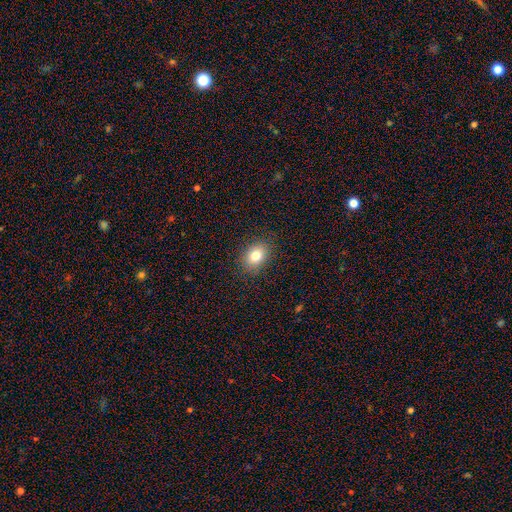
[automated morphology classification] smooth-or-featured: smooth: 80% | star or artifact: 11% | featured or disk: 9%
  how-rounded: in between: 67% | round: 32% | cigar-shaped: 1%
  merging: none: 86% | minor disturbance: 10% | major disturbance: 3% | merger: 1%